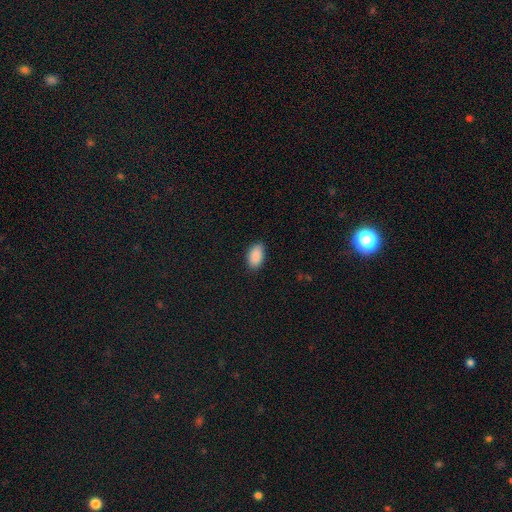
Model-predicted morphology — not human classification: Smooth or featured? Predicted: smooth (p=0.90). How rounded? Predicted: in between (p=0.94). Merging? Predicted: none (p=0.84).